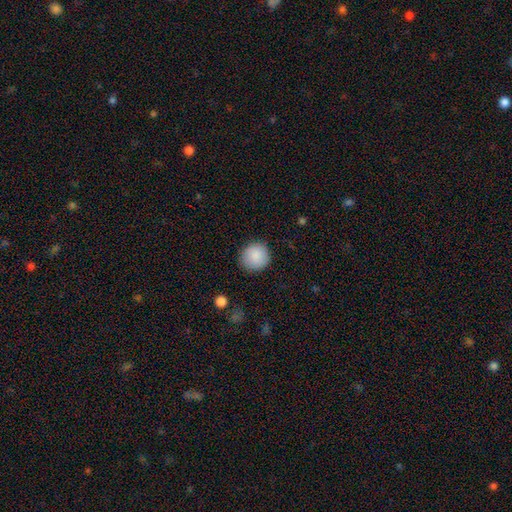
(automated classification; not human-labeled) This appears to be a smooth galaxy with no disk features (88%) that is round (92%). Merging: none (87%).